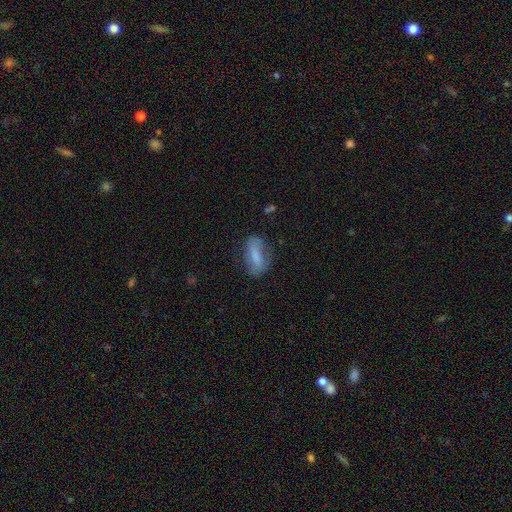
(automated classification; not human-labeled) smooth 71%, featured or disk 20%, star or artifact 8%. Down the decision tree: how rounded — in between (75%); merging — none (65%).